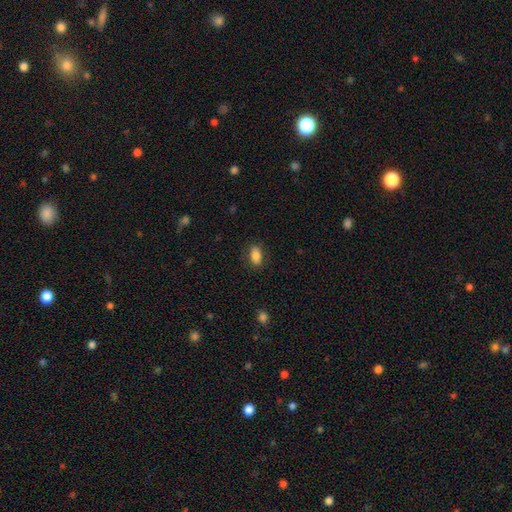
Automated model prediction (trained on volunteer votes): smooth-or-featured: smooth: 85% | star or artifact: 8% | featured or disk: 7%
  how-rounded: in between: 90% | round: 6% | cigar-shaped: 5%
  merging: none: 84% | minor disturbance: 12% | major disturbance: 3% | merger: 1%